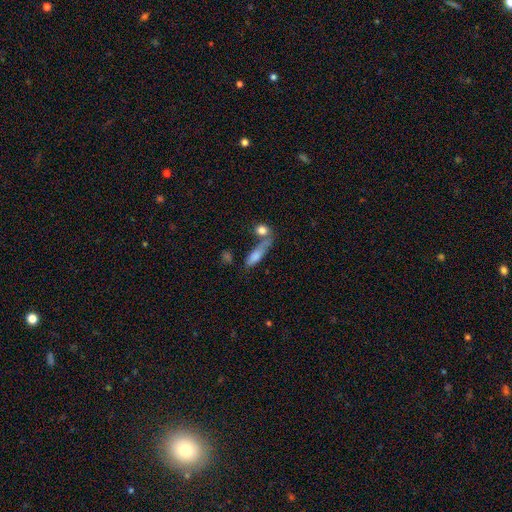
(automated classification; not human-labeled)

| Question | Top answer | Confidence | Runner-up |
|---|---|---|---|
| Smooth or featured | smooth | 75% | featured or disk (16%) |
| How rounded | cigar-shaped | 52% | in between (43%) |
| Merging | none | 40% | merger (32%) |